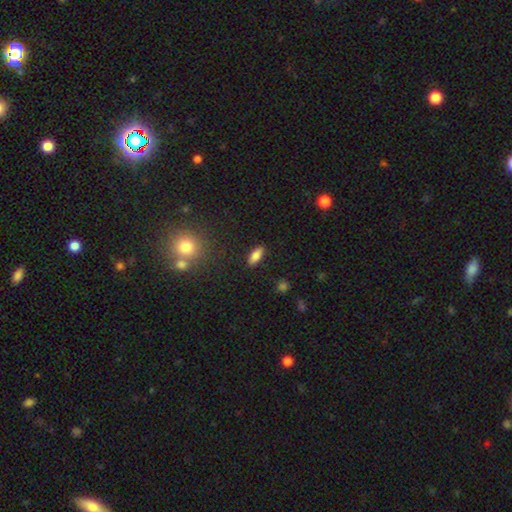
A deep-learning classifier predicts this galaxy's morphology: Overall: smooth (81%). How rounded: in between (78%). Merging: none (89%).